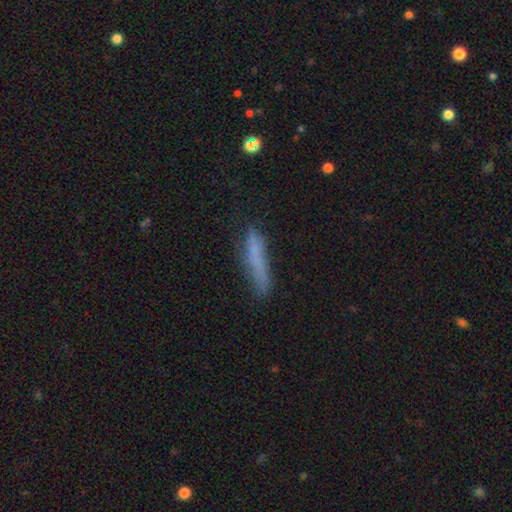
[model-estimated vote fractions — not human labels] smooth-or-featured: smooth: 66% | featured or disk: 25% | star or artifact: 9%
  how-rounded: cigar-shaped: 89% | in between: 9% | round: 2%
  merging: none: 64% | minor disturbance: 24% | major disturbance: 9% | merger: 3%